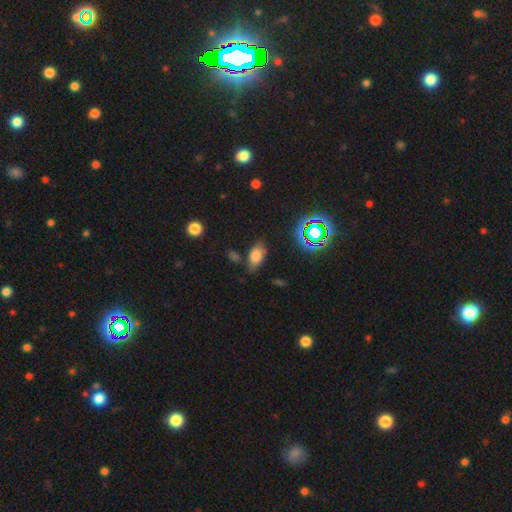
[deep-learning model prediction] Q: Smooth or featured?
A: smooth (70%); runner-up: star or artifact (16%)
Q: How rounded?
A: in between (89%); runner-up: round (7%)
Q: Merging?
A: none (66%); runner-up: minor disturbance (23%)